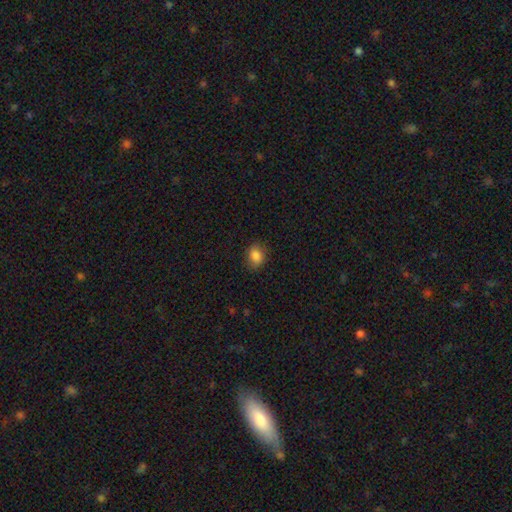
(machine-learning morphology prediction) Q: Smooth or featured?
A: smooth (84%); runner-up: star or artifact (9%)
Q: How rounded?
A: in between (59%); runner-up: round (39%)
Q: Merging?
A: none (80%); runner-up: minor disturbance (16%)